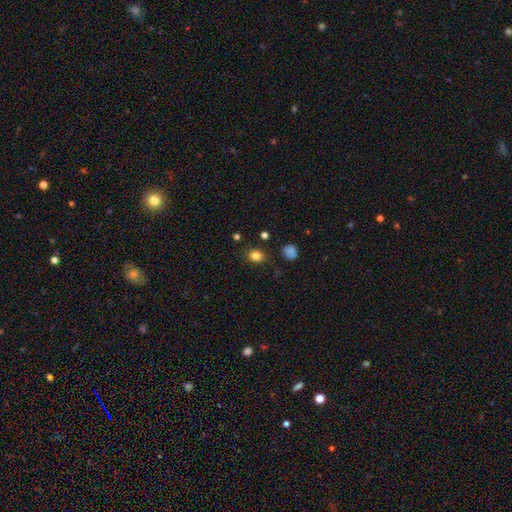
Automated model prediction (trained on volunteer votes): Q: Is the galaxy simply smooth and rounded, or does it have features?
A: smooth — 82%.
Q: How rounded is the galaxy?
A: round — 60%.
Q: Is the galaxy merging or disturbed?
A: none — 83%.